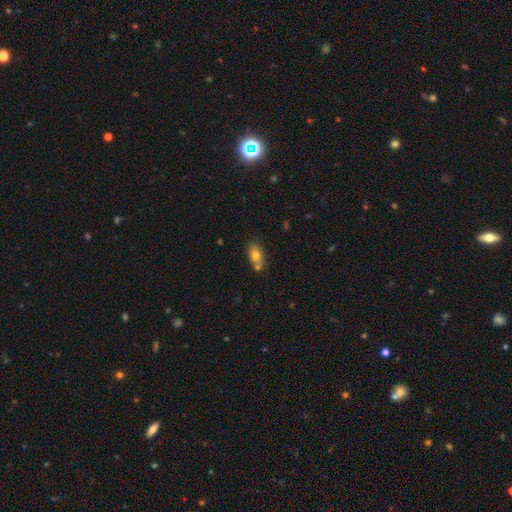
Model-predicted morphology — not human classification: Q: Smooth or featured?
A: smooth (73%); runner-up: featured or disk (18%)
Q: How rounded?
A: in between (85%); runner-up: round (9%)
Q: Merging?
A: none (59%); runner-up: merger (22%)